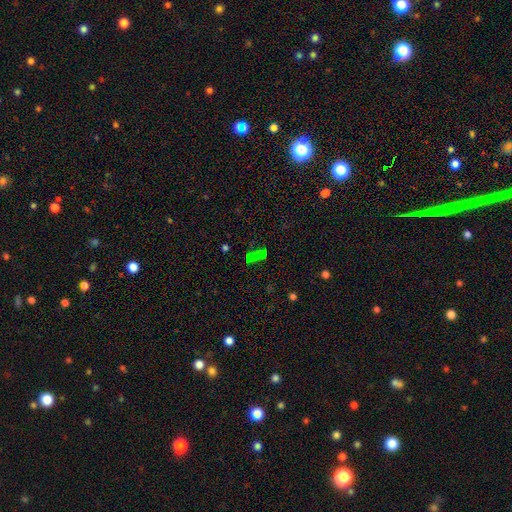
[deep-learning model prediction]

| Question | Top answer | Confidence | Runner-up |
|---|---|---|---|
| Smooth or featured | star or artifact | 55% | smooth (29%) |